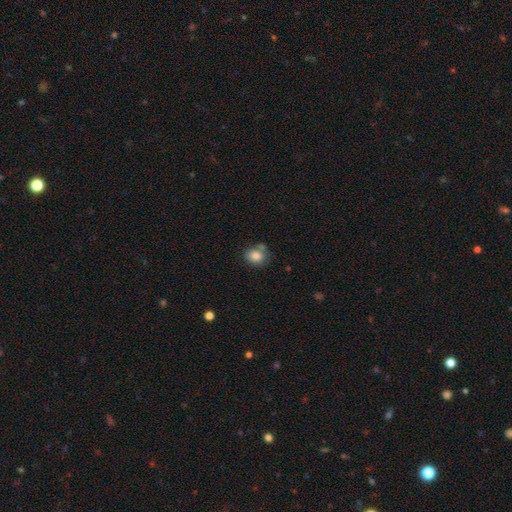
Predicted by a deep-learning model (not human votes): Morphology: type=smooth (82%); roundness=round (59%); merging=none (62%).